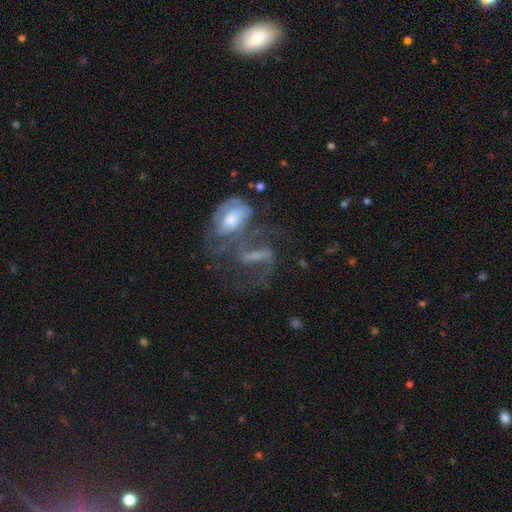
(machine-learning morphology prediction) type=featured or disk (70%); edge-on=no (92%); bar=strong (41%); spiral arms=yes (74%); bulge=moderate (35%); merging=merger (42%).